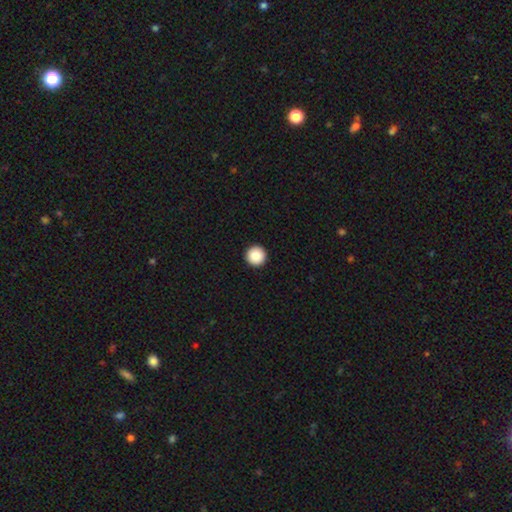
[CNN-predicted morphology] Overall: smooth (89%). How rounded: round (97%). Merging: none (94%).